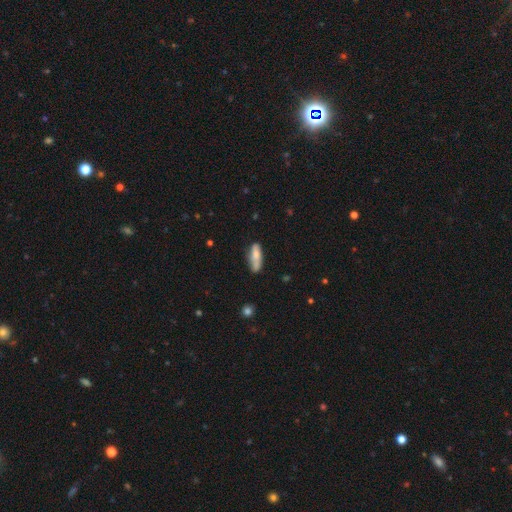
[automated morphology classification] Q: Smooth or featured?
A: smooth (69%); runner-up: featured or disk (25%)
Q: How rounded?
A: in between (53%); runner-up: cigar-shaped (45%)
Q: Merging?
A: none (62%); runner-up: minor disturbance (25%)